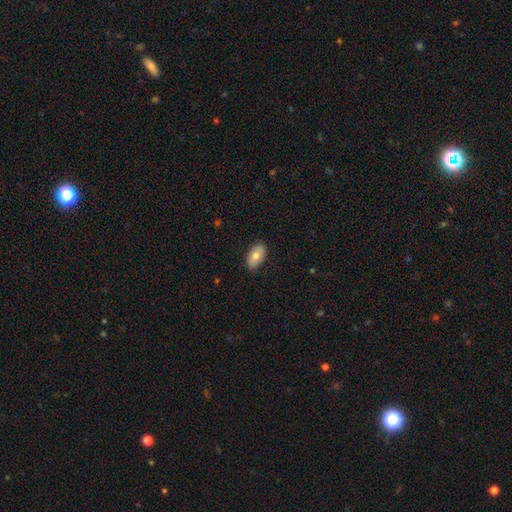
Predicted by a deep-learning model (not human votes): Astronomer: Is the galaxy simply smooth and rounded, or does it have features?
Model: smooth — 76%.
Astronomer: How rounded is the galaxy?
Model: in between — 94%.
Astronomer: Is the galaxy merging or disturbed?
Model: none — 86%.